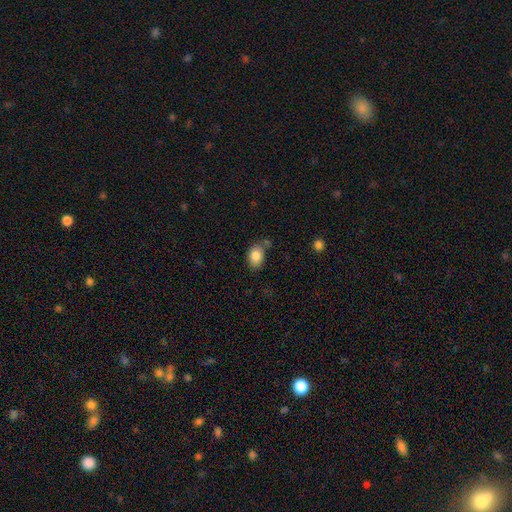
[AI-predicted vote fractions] Smooth or featured: smooth — 85% (star or artifact — 8%)
How rounded: in between — 80% (round — 19%)
Merging: none — 62% (minor disturbance — 22%)